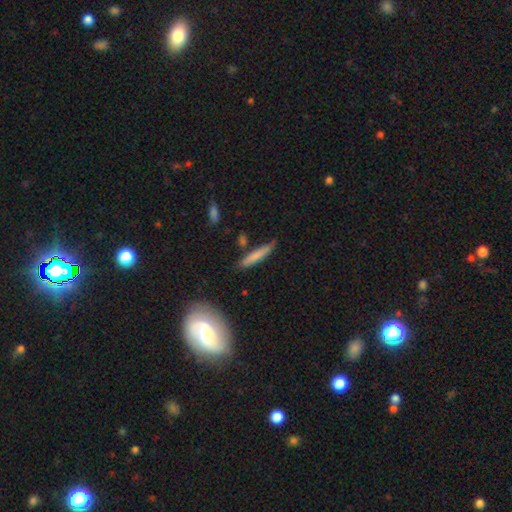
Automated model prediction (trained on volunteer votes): smooth_or_featured: smooth (p=0.72) [alt: featured or disk p=0.22]
how_rounded: cigar-shaped (p=0.90) [alt: in between p=0.09]
merging: none (p=0.79) [alt: minor disturbance p=0.14]